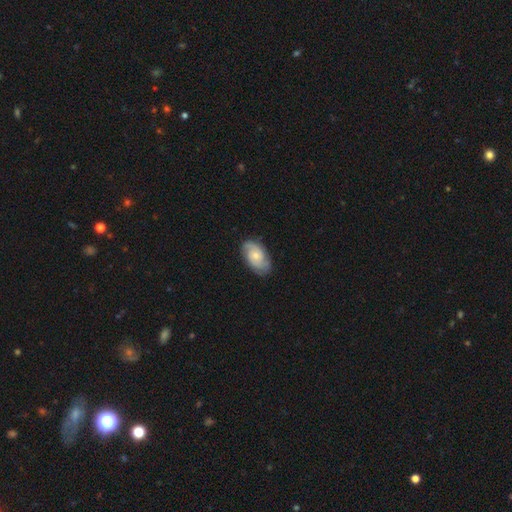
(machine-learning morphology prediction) A featured or disk galaxy (69%) with no bar (71%), 2 (64%) tight (50%) spiral arms (93%) and a small central bulge (55%).

Vote fractions:
- Smooth or featured? featured or disk: 69% / smooth: 25% / star or artifact: 6%
- Edge-on disk? no: 96% / yes: 4%
- Bar? no: 71% / weak: 25% / strong: 3%
- Spiral arms? yes: 93% / no: 7%
- Spiral winding? tight: 50% / medium: 39% / loose: 12%
- Spiral arm count? 2: 64% / can't tell: 17% / 3: 11% / 1: 3% / 4: 2% / more than 4: 2%
- Bulge size? small: 55% / moderate: 39% / none: 3% / large: 2% / dominant: 1%
- Merging? none: 80% / minor disturbance: 16% / major disturbance: 4% / merger: 1%